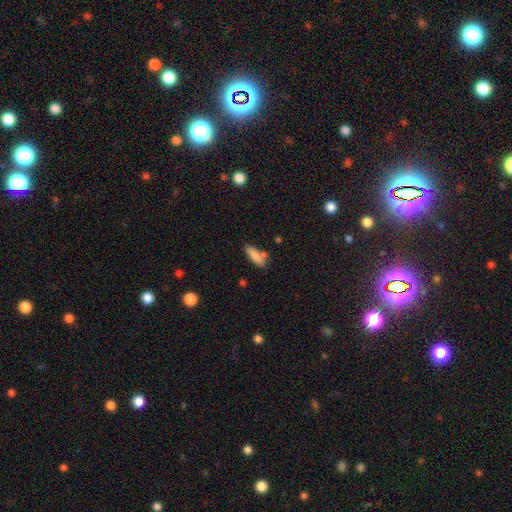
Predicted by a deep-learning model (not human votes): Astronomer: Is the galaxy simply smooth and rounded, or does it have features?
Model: smooth — 83%.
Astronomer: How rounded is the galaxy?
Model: cigar-shaped — 50% (runner-up: in between, 48%).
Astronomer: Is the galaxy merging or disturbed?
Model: none — 65%.